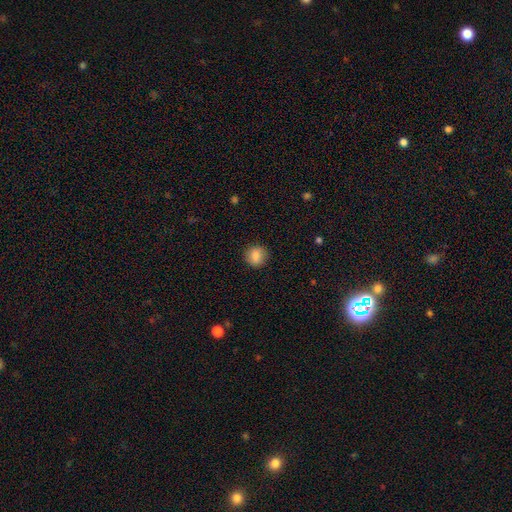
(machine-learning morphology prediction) This appears to be a smooth galaxy with no disk features (84%) that is round (86%). Merging: none (89%).